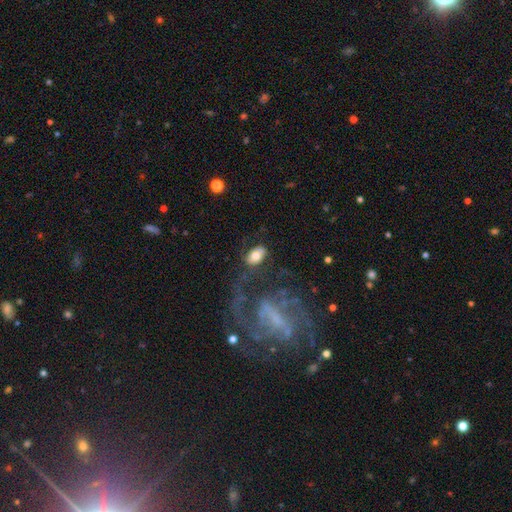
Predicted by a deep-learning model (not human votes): This is likely a smooth galaxy (68%). How rounded: clearly in between (86%). Merging: likely none (65%).